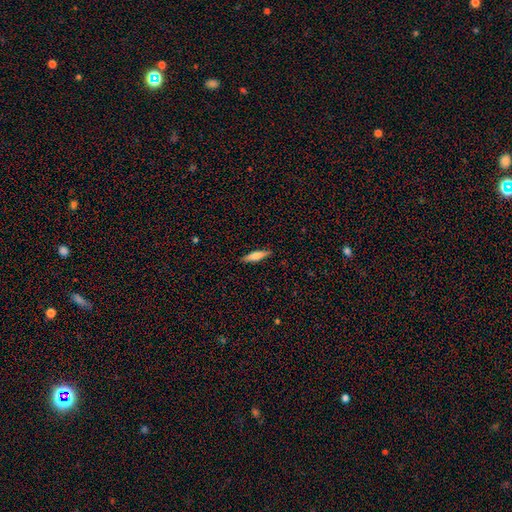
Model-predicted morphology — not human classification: smooth-or-featured: smooth: 67% | featured or disk: 27% | star or artifact: 6%
  how-rounded: cigar-shaped: 76% | in between: 22% | round: 2%
  merging: none: 89% | minor disturbance: 8% | major disturbance: 2% | merger: 1%